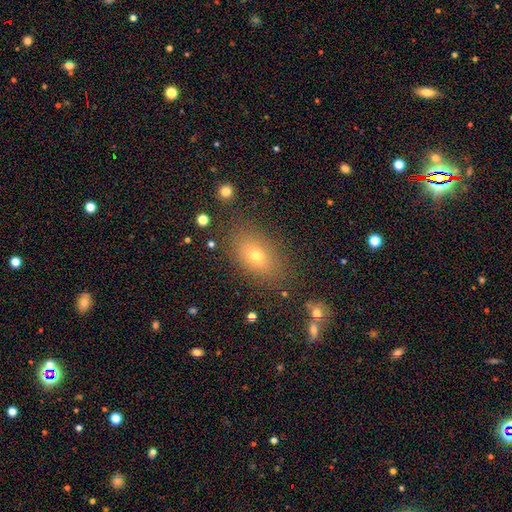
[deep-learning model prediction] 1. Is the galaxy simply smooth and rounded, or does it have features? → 69% smooth, 16% star or artifact, 15% featured or disk.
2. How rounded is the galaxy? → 80% in between, 17% round, 3% cigar-shaped.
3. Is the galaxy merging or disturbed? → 82% none, 11% minor disturbance, 5% major disturbance, 2% merger.